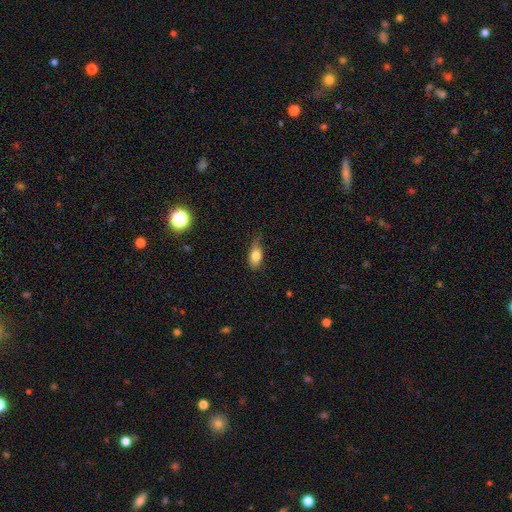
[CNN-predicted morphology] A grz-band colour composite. It shows a smooth galaxy with no disk features (79%) that is in between round and cigar-shaped (84%). Merging: none (50%).